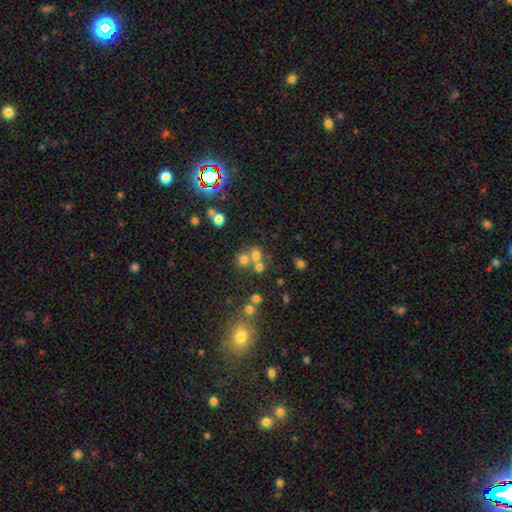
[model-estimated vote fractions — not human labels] A smooth galaxy with no disk features (60%) that is round (72%). Merging: merger (45%).